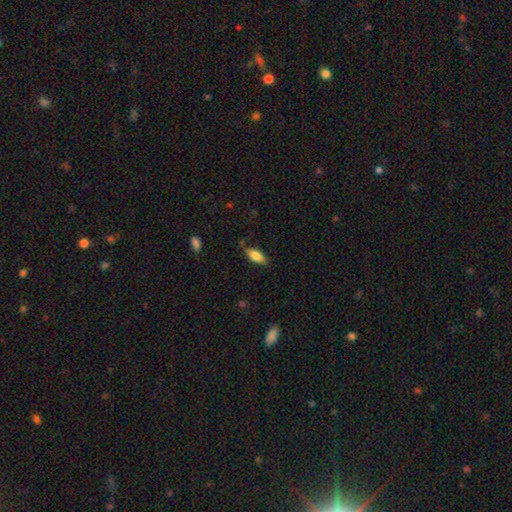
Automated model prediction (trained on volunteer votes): smooth 80%, featured or disk 13%, star or artifact 7%. Down the decision tree: how rounded — in between (83%); merging — none (73%).